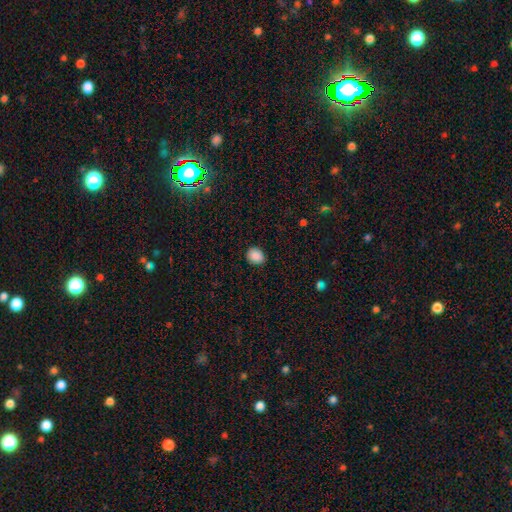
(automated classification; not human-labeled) A smooth galaxy with no disk features (88%) that is round (58%).

Vote fractions:
- Smooth or featured? smooth: 88% / star or artifact: 9% / featured or disk: 3%
- How rounded? round: 58% / in between: 41% / cigar-shaped: 1%
- Merging? none: 88% / minor disturbance: 8% / major disturbance: 2% / merger: 1%